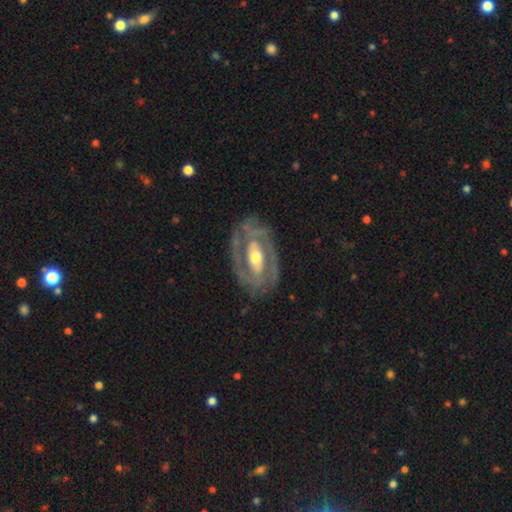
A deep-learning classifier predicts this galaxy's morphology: smooth-or-featured: featured or disk: 87% | smooth: 9% | star or artifact: 5%
  disk-edge-on: no: 94% | yes: 6%
    bar: strong: 43% | weak: 33% | no: 24%
    has-spiral-arms: yes: 86% | no: 14%
      spiral-winding: tight: 56% | medium: 35% | loose: 9%
      spiral-arm-count: 2: 76% | can't tell: 12% | 3: 6% | 1: 3% | 4: 2% | more than 4: 2%
    bulge-size: moderate: 68% | small: 23% | large: 7% | dominant: 1% | none: 1%
  merging: none: 79% | minor disturbance: 14% | major disturbance: 6% | merger: 1%